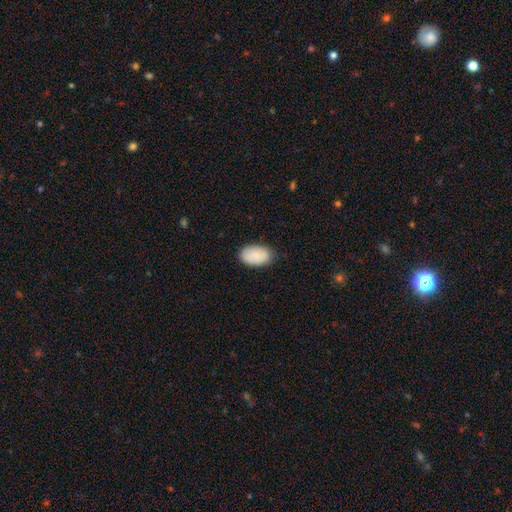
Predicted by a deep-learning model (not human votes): smooth 85%, featured or disk 9%, star or artifact 6%. Down the decision tree: how rounded — in between (92%); merging — none (82%).